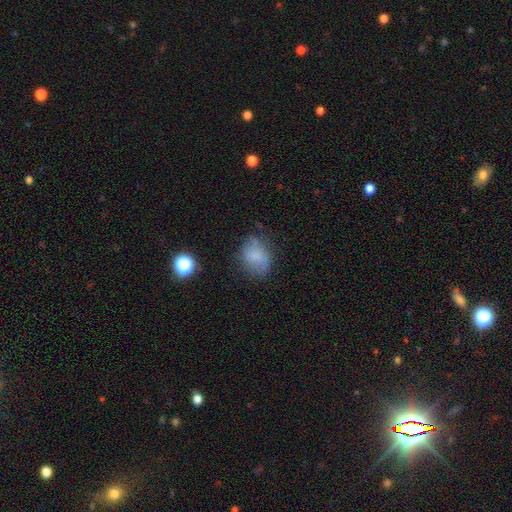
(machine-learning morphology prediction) smooth_or_featured: smooth (p=0.70) [alt: featured or disk p=0.18]
how_rounded: in between (p=0.63) [alt: round p=0.36]
merging: none (p=0.56) [alt: minor disturbance p=0.30]